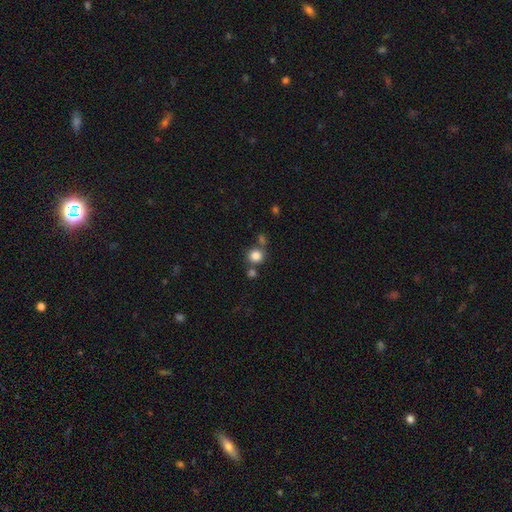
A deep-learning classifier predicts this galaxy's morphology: A smooth galaxy with no disk features (83%) that is round (90%).

Vote fractions:
- Smooth or featured? smooth: 83% / star or artifact: 12% / featured or disk: 5%
- How rounded? round: 90% / in between: 9% / cigar-shaped: 1%
- Merging? none: 70% / merger: 17% / minor disturbance: 9% / major disturbance: 4%